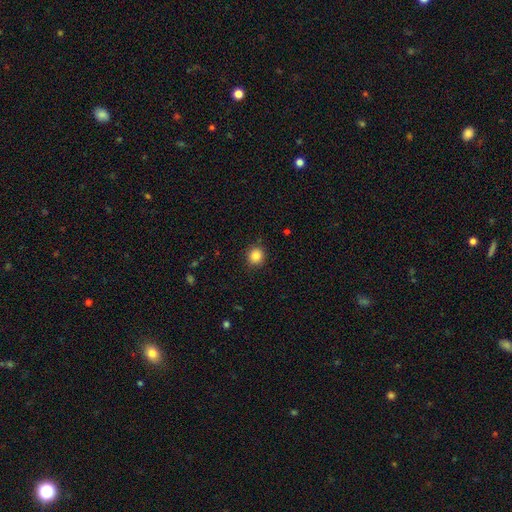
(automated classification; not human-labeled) smooth_or_featured: smooth (p=0.85) [alt: star or artifact p=0.10]
how_rounded: round (p=0.91) [alt: in between p=0.08]
merging: none (p=0.89) [alt: minor disturbance p=0.07]